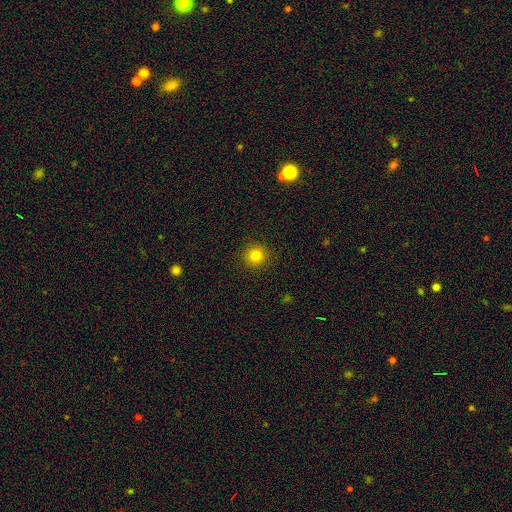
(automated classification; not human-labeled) Smooth or featured? Predicted: smooth (p=0.81). How rounded? Predicted: round (p=0.94). Merging? Predicted: none (p=0.92).